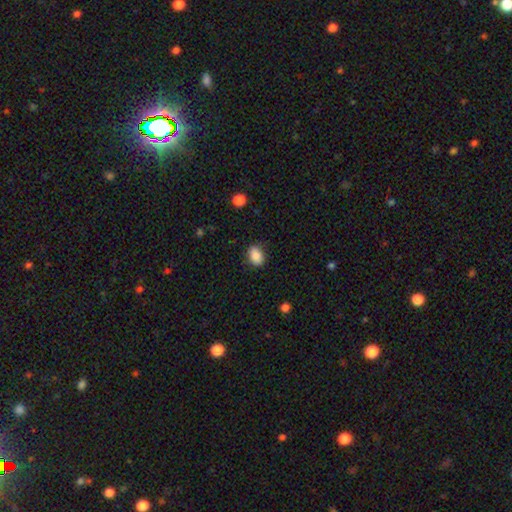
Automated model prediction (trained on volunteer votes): Smooth or featured? smooth (87%)
How rounded? in between (83%)
Merging? none (83%)